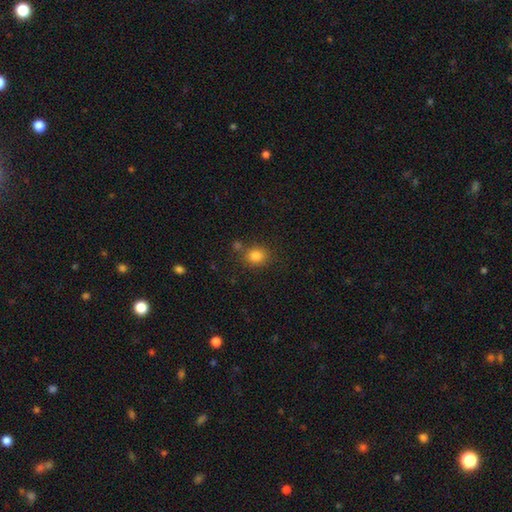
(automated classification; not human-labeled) smooth 82%, star or artifact 12%, featured or disk 6%. Down the decision tree: how rounded — round (72%); merging — none (72%).